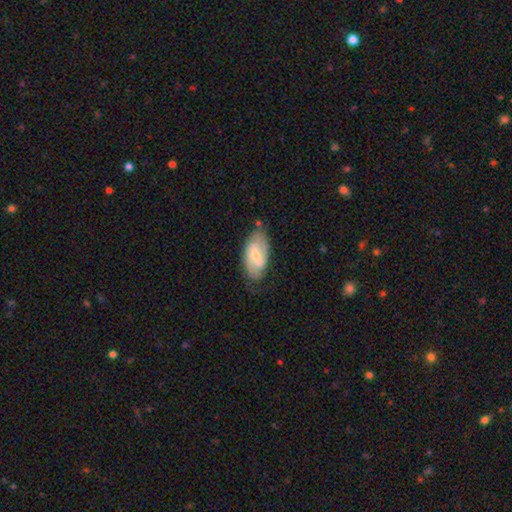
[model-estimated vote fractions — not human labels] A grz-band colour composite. It shows a featured or disk galaxy (66%) with a weak bar (51%), 2 (78%) medium (44%) spiral arms (88%) and a small central bulge (53%). Merging: none (70%).